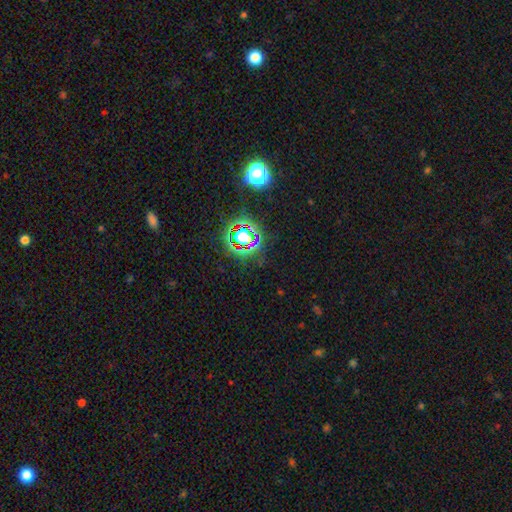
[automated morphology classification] Smooth or featured? star or artifact (78%)